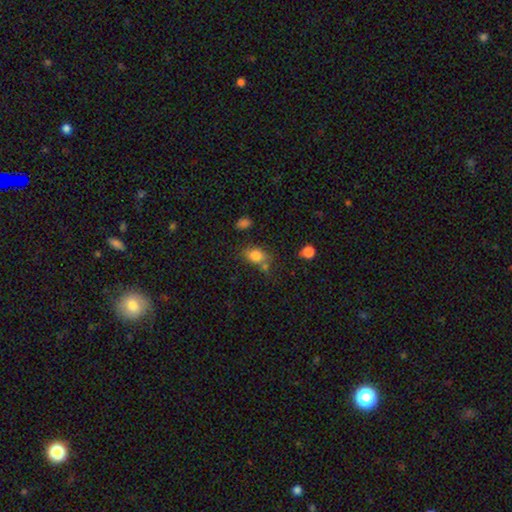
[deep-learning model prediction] This appears to be a smooth galaxy with no disk features (81%) that is in between round and cigar-shaped (73%). Merging: none (59%).